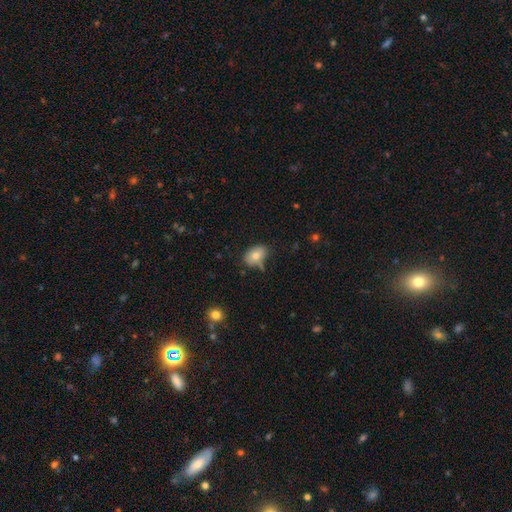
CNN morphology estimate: smooth-or-featured: smooth: 78% | featured or disk: 13% | star or artifact: 9%
  how-rounded: in between: 83% | round: 16% | cigar-shaped: 1%
  merging: none: 62% | minor disturbance: 26% | merger: 6% | major disturbance: 6%